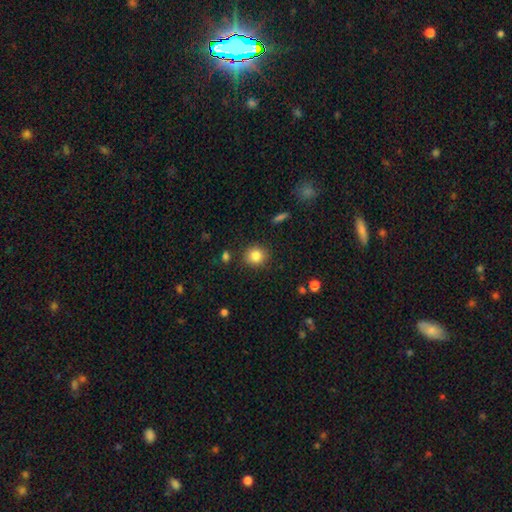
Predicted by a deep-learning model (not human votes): Smooth or featured? Predicted: smooth (p=0.84). How rounded? Predicted: round (p=0.85). Merging? Predicted: none (p=0.88).